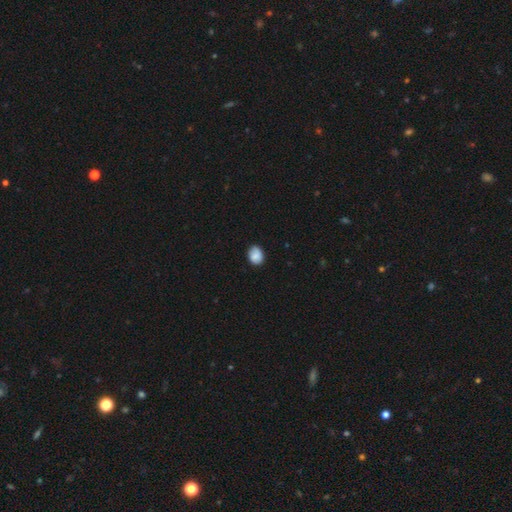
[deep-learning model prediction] Smooth or featured? Predicted: smooth (p=0.85). How rounded? Predicted: in between (p=0.56). Merging? Predicted: none (p=0.79).